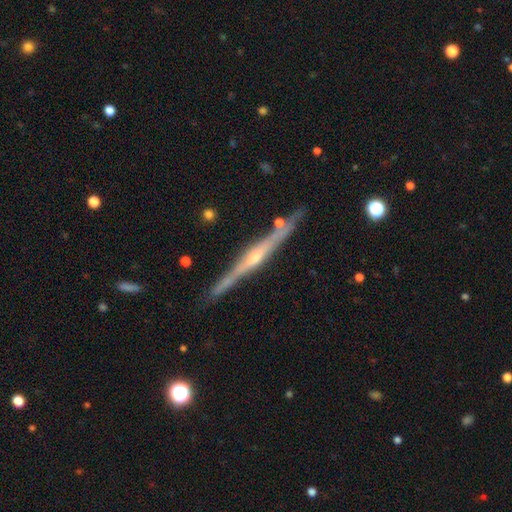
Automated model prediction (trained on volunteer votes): A featured or disk galaxy (85%) viewed edge-on (98%) with a rounded central bulge (82%). Merging: none (86%).